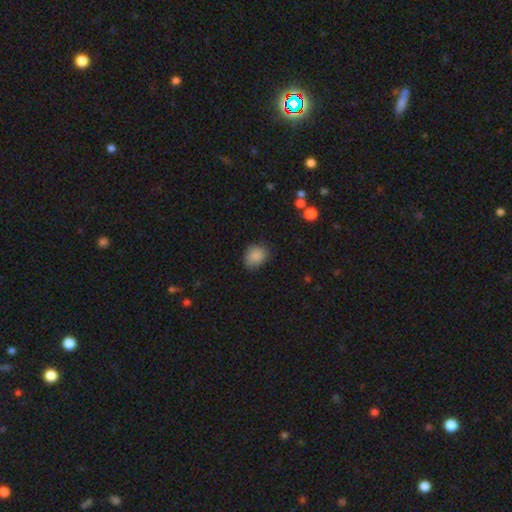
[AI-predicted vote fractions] smooth 86%, star or artifact 9%, featured or disk 5%. Down the decision tree: how rounded — round (54%); merging — none (72%).